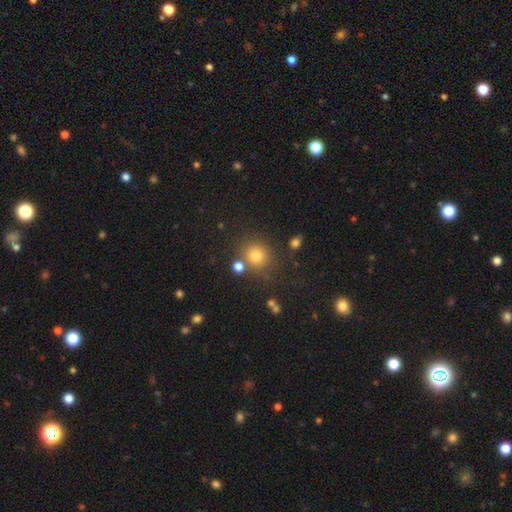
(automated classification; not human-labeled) A smooth galaxy with no disk features (77%) that is round (87%). Merging: none (77%).